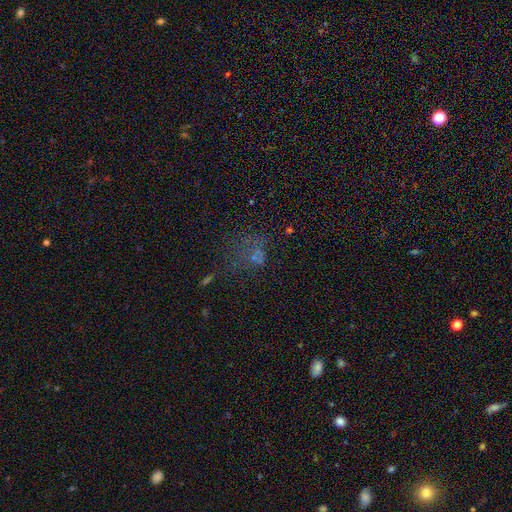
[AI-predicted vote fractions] A smooth galaxy with no disk features (38%).

Vote fractions:
- Smooth or featured? smooth: 38% / star or artifact: 36% / featured or disk: 26%
- Merging? none: 38% / major disturbance: 32% / merger: 15% / minor disturbance: 15%